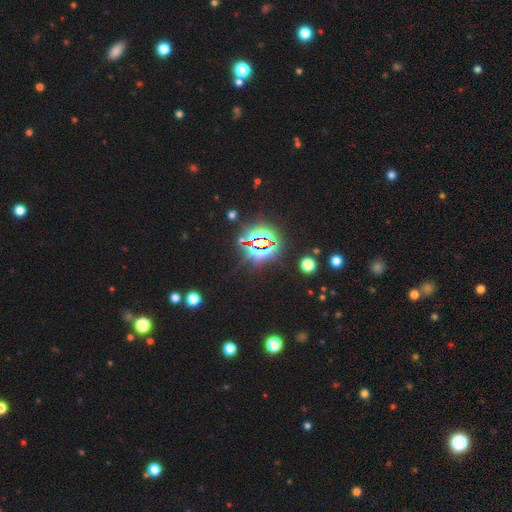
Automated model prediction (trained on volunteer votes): Smooth or featured: star or artifact — 80% (smooth — 13%)